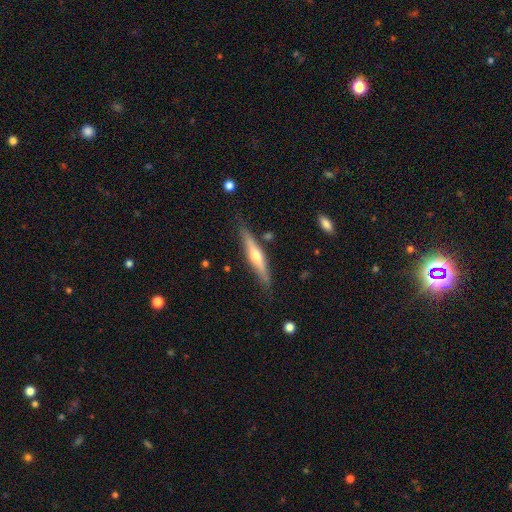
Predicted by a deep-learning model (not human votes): Smooth or featured? Predicted: featured or disk (p=0.58). Edge-on disk? Predicted: yes (p=0.94). Edge-on bulge? Predicted: rounded (p=0.85). Merging? Predicted: none (p=0.82).